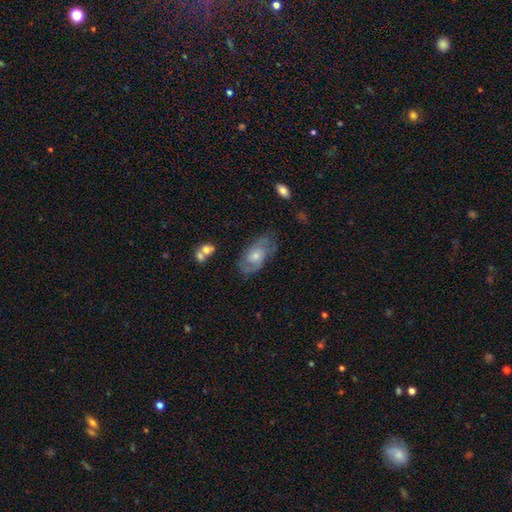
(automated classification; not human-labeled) smooth_or_featured: featured or disk (p=0.66) [alt: smooth p=0.27]
disk_edge_on: no (p=0.94) [alt: yes p=0.06]
bar: no (p=0.69) [alt: weak p=0.27]
has_spiral_arms: yes (p=0.85) [alt: no p=0.15]
spiral_winding: medium (p=0.46) [alt: tight p=0.36]
spiral_arm_count: 2 (p=0.62) [alt: can't tell p=0.24]
bulge_size: moderate (p=0.49) [alt: small p=0.41]
merging: none (p=0.65) [alt: minor disturbance p=0.23]